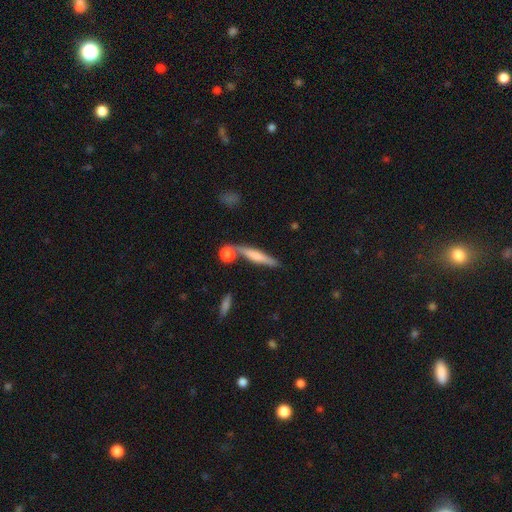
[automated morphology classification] smooth-or-featured: smooth: 53% | featured or disk: 41% | star or artifact: 7%
  how-rounded: cigar-shaped: 87% | in between: 10% | round: 3%
  merging: none: 69% | merger: 15% | minor disturbance: 12% | major disturbance: 4%